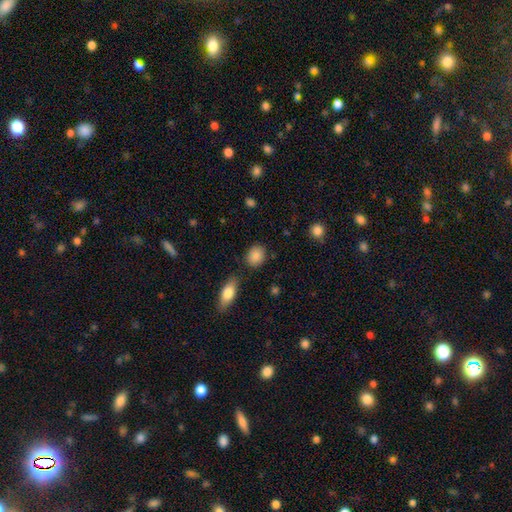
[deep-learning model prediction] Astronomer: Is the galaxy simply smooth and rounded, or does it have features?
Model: smooth — 87%.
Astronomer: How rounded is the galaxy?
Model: in between — 49%, tied with round at 49%.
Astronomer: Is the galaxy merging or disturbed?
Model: none — 82%.